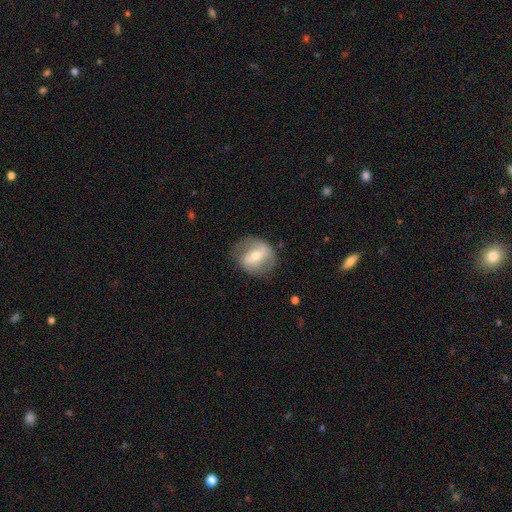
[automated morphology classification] Smooth or featured: featured or disk — 60% (smooth — 33%)
Edge-on disk: no — 94% (yes — 6%)
Bar: strong — 42% (weak — 36%)
Spiral arms: yes — 61% (no — 39%)
Bulge size: moderate — 59% (small — 36%)
Merging: none — 68% (minor disturbance — 20%)